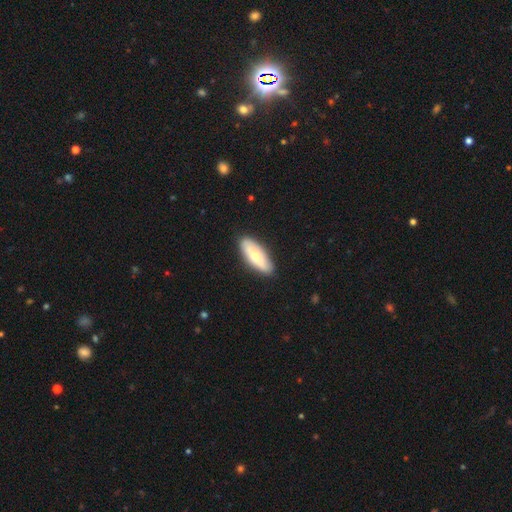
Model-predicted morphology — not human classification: The model was most divided on "smooth or featured": smooth: 65%, featured or disk: 30%, star or artifact: 5%. More confident: merging — none (86%); how rounded — in between (68%).